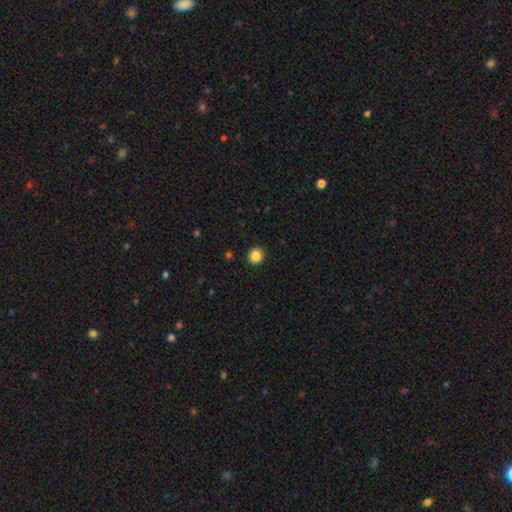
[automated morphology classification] This is clearly a smooth galaxy (86%). How rounded: clearly round (88%). Merging: clearly none (93%).